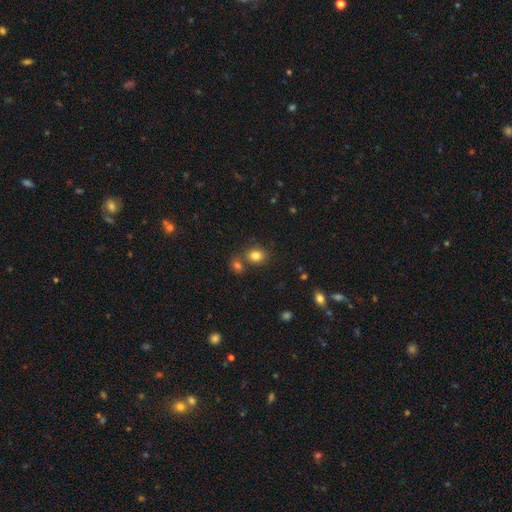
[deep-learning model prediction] Smooth or featured: smooth — 81% (star or artifact — 12%)
How rounded: round — 61% (in between — 38%)
Merging: none — 63% (merger — 24%)